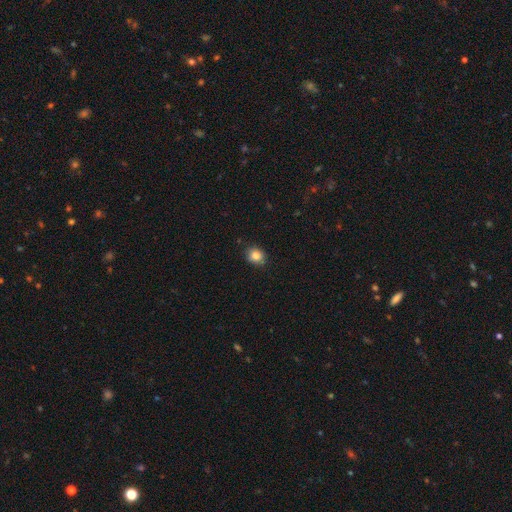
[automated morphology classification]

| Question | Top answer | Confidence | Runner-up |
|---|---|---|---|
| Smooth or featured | smooth | 84% | star or artifact (10%) |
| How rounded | round | 69% | in between (30%) |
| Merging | none | 86% | minor disturbance (11%) |